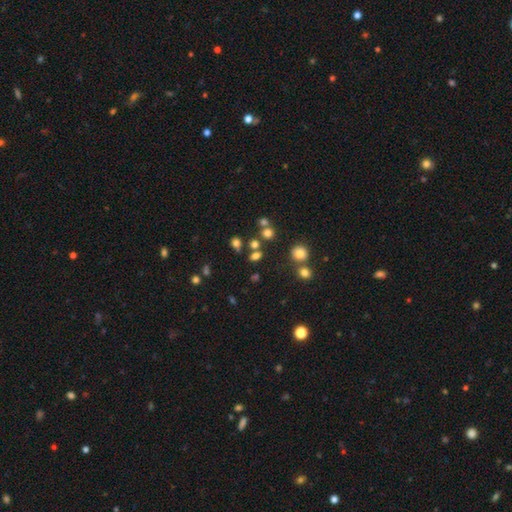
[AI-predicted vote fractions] smooth 67%, star or artifact 23%, featured or disk 10%. Down the decision tree: how rounded — in between (56%); merging — none (66%).